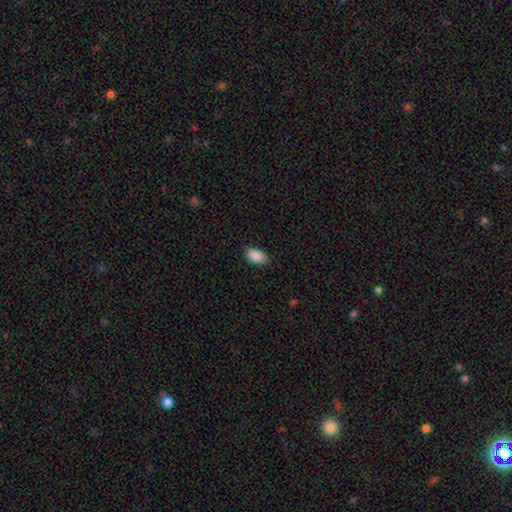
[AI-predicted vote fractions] Q: Smooth or featured?
A: smooth (89%); runner-up: star or artifact (7%)
Q: How rounded?
A: in between (94%); runner-up: round (4%)
Q: Merging?
A: none (88%); runner-up: minor disturbance (9%)